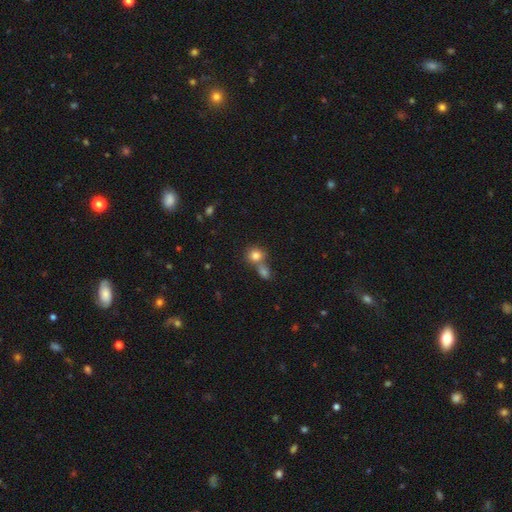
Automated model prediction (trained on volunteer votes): This appears to be a smooth galaxy with no disk features (81%) that is round (81%). Merging: none (45%).